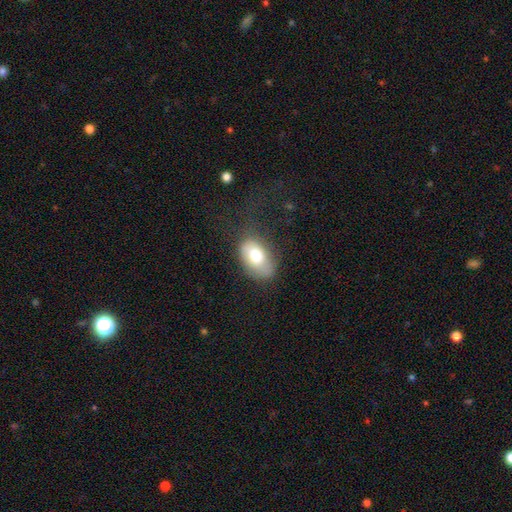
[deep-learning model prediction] Smooth or featured? Predicted: smooth (p=0.76). How rounded? Predicted: in between (p=0.89). Merging? Predicted: none (p=0.63).